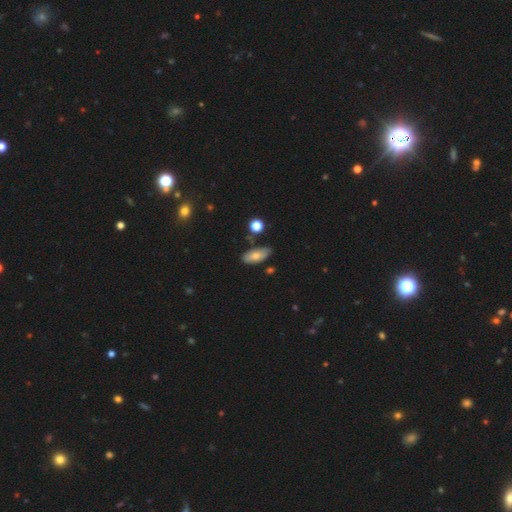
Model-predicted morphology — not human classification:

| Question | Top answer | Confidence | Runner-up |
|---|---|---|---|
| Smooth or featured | smooth | 75% | featured or disk (17%) |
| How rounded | in between | 86% | cigar-shaped (11%) |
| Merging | none | 75% | minor disturbance (17%) |